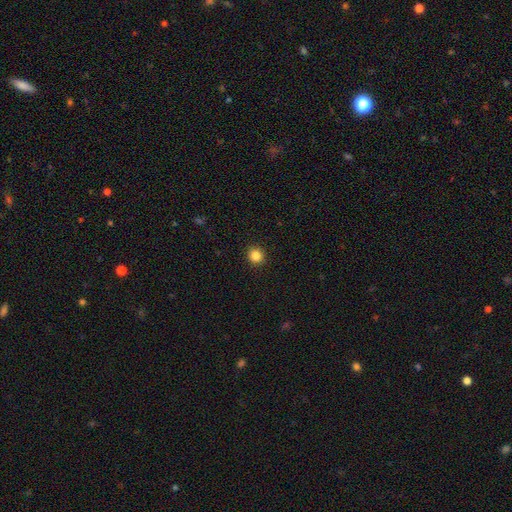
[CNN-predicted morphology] Smooth or featured: smooth — 85% (star or artifact — 11%)
How rounded: round — 91% (in between — 8%)
Merging: none — 93% (minor disturbance — 5%)